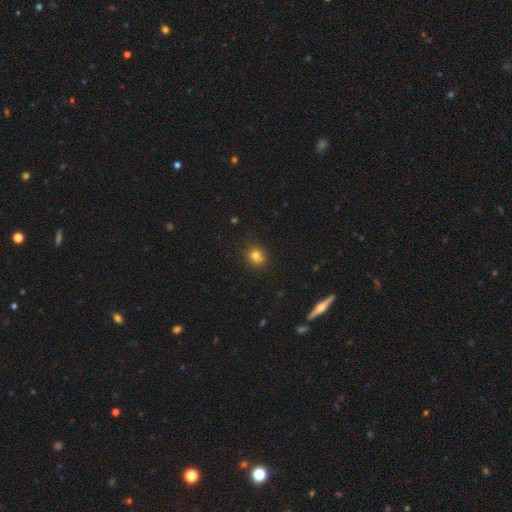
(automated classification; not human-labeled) Overall: smooth (77%). How rounded: round (79%). Merging: none (77%).